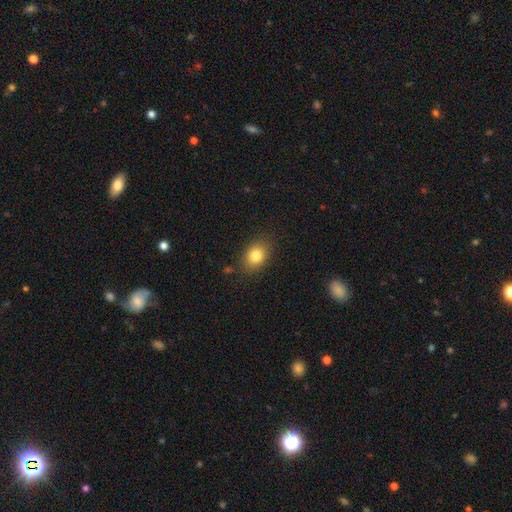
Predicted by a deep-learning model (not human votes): Smooth or featured: smooth — 82% (star or artifact — 10%)
How rounded: in between — 65% (round — 33%)
Merging: none — 81% (minor disturbance — 13%)